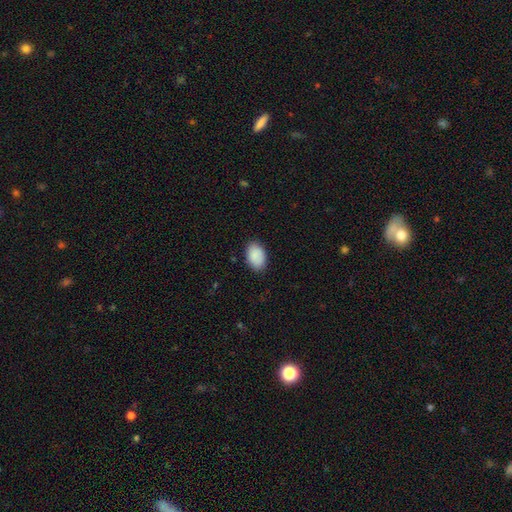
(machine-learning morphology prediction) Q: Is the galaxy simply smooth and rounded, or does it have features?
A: smooth — 90%.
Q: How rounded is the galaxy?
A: in between — 90%.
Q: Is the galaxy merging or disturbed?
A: none — 86%.